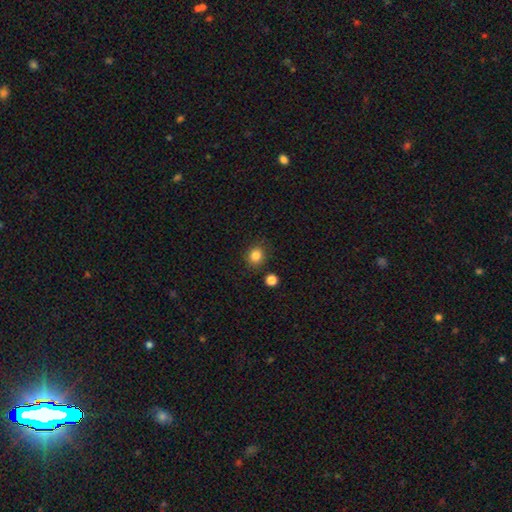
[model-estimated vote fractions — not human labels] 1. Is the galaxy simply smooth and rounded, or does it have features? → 84% smooth, 11% star or artifact, 5% featured or disk.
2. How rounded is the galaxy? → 83% round, 16% in between, 1% cigar-shaped.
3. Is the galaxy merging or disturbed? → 85% none, 9% minor disturbance, 4% merger, 3% major disturbance.